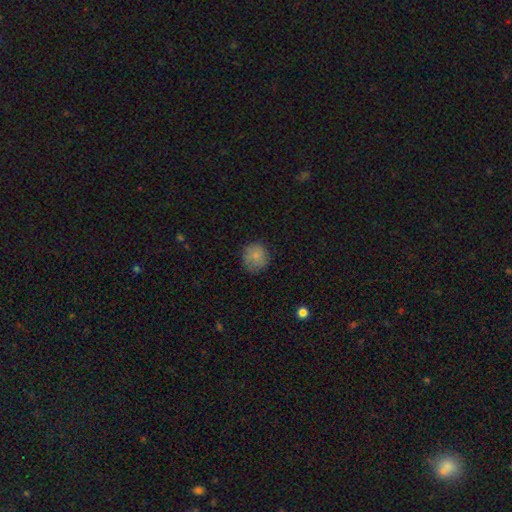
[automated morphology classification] Smooth or featured?
  - smooth: 81% *
  - star or artifact: 9%
  - featured or disk: 9%
How rounded?
  - round: 89% *
  - in between: 10%
  - cigar-shaped: 1%
Merging?
  - none: 80% *
  - minor disturbance: 15%
  - major disturbance: 4%
  - merger: 1%